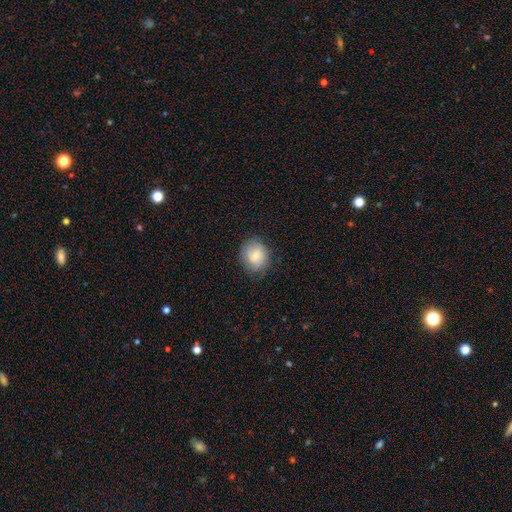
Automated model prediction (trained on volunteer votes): Q: Smooth or featured?
A: smooth (73%); runner-up: featured or disk (19%)
Q: How rounded?
A: round (65%); runner-up: in between (34%)
Q: Merging?
A: none (72%); runner-up: minor disturbance (21%)